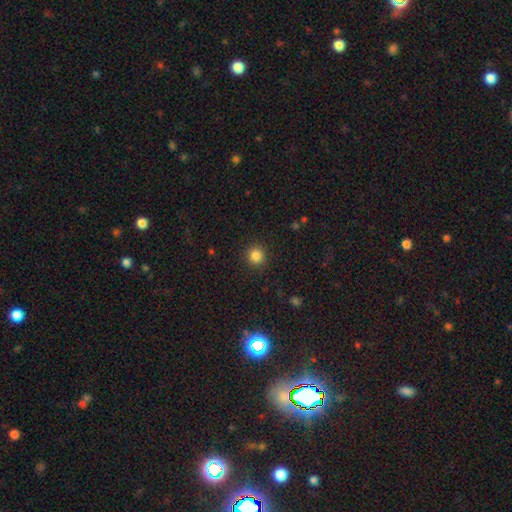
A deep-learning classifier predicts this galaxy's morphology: The model was most divided on "smooth or featured": smooth: 84%, star or artifact: 12%, featured or disk: 4%. More confident: how rounded — round (92%); merging — none (90%).